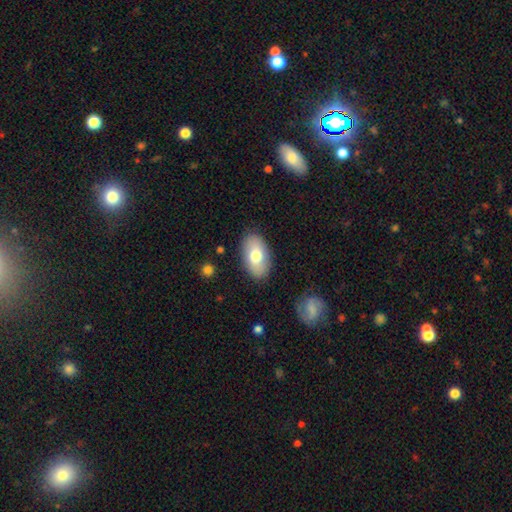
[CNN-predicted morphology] smooth 72%, featured or disk 21%, star or artifact 6%. Down the decision tree: how rounded — in between (93%); merging — none (86%).